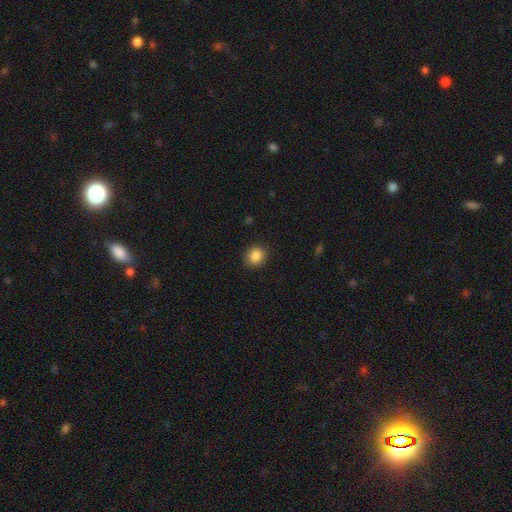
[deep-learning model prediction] Smooth or featured? Predicted: smooth (p=0.87). How rounded? Predicted: round (p=0.75). Merging? Predicted: none (p=0.89).